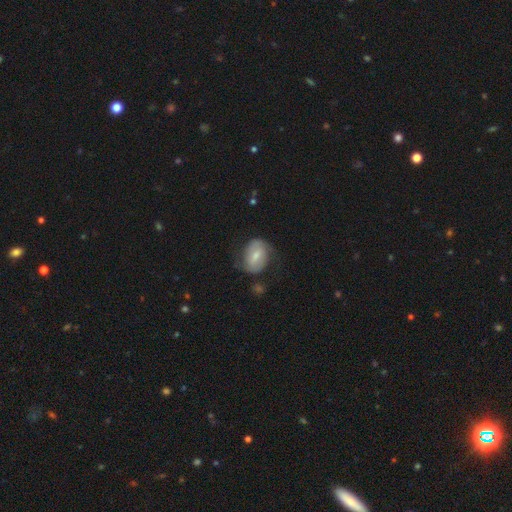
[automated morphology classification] Smooth or featured?
  - smooth: 48% *
  - featured or disk: 46%
  - star or artifact: 6%
Merging?
  - none: 63% *
  - minor disturbance: 23%
  - major disturbance: 11%
  - merger: 3%